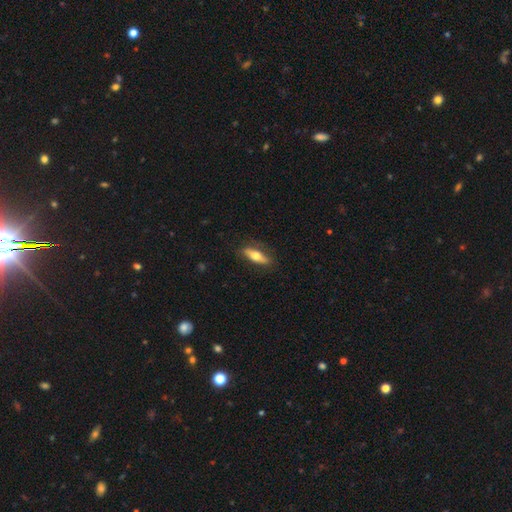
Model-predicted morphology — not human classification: smooth-or-featured: smooth: 58% | featured or disk: 37% | star or artifact: 6%
  how-rounded: in between: 49% | cigar-shaped: 48% | round: 3%
  merging: none: 82% | minor disturbance: 13% | major disturbance: 3% | merger: 1%